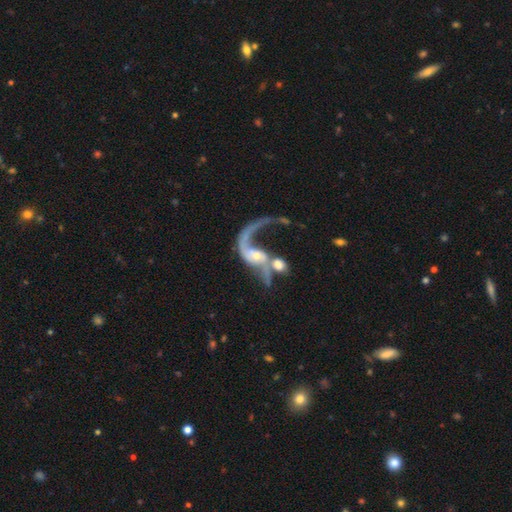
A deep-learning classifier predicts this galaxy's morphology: Smooth or featured: featured or disk — 82% (smooth — 11%)
Edge-on disk: no — 96% (yes — 4%)
Bar: no — 59% (weak — 30%)
Spiral arms: yes — 86% (no — 14%)
Spiral winding: loose — 84% (medium — 13%)
Spiral arm count: 2 — 50% (1 — 43%)
Bulge size: small — 50% (moderate — 38%)
Merging: merger — 48% (major disturbance — 27%)